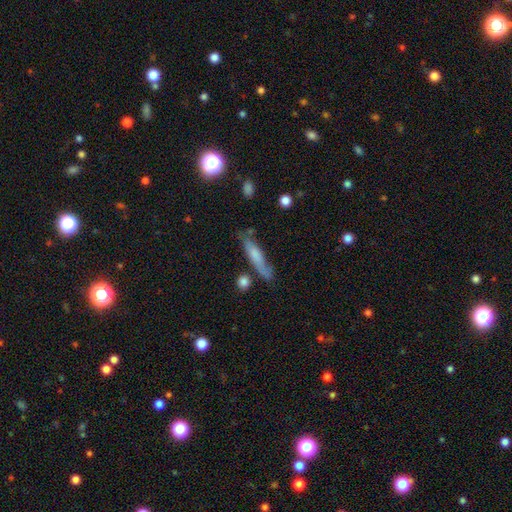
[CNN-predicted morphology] smooth_or_featured: smooth (p=0.57) [alt: featured or disk p=0.35]
how_rounded: cigar-shaped (p=0.80) [alt: in between p=0.17]
merging: none (p=0.62) [alt: minor disturbance p=0.23]